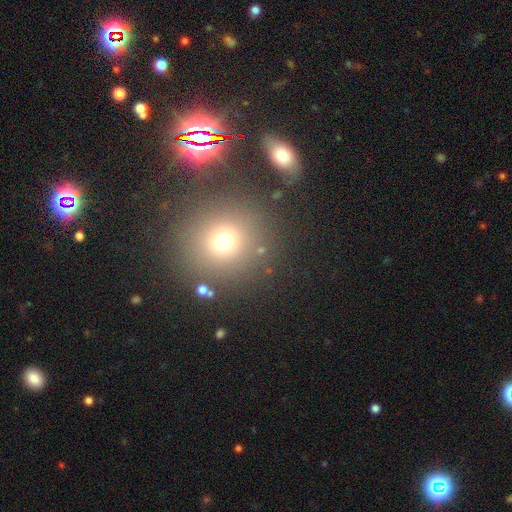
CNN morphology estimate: Smooth or featured: smooth — 54% (star or artifact — 35%)
How rounded: round — 89% (in between — 9%)
Merging: none — 82% (minor disturbance — 8%)